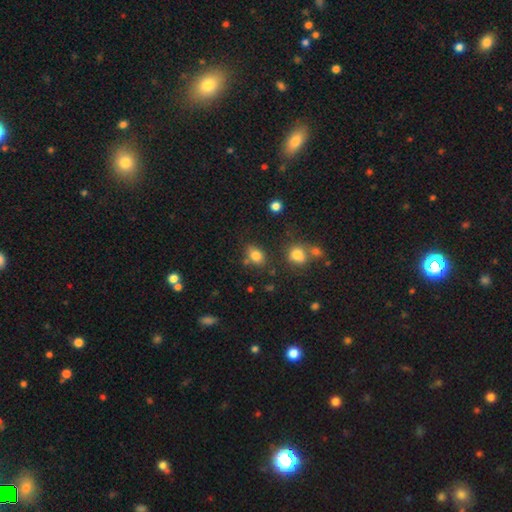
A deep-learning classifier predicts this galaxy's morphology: Q: Smooth or featured?
A: smooth (80%); runner-up: star or artifact (12%)
Q: How rounded?
A: in between (68%); runner-up: round (31%)
Q: Merging?
A: none (68%); runner-up: minor disturbance (17%)